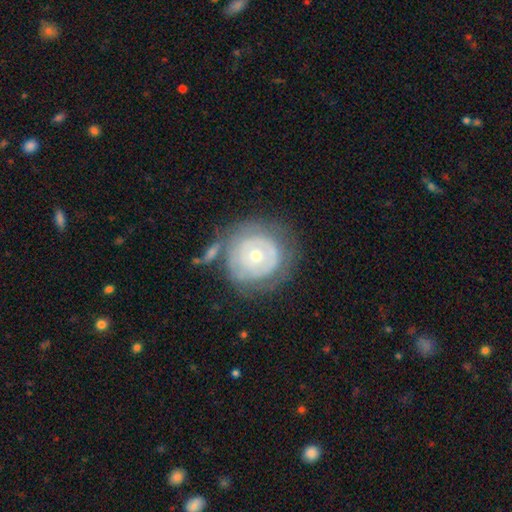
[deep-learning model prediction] Smooth or featured: featured or disk — 61% (smooth — 33%)
Edge-on disk: no — 96% (yes — 4%)
Bar: no — 88% (weak — 10%)
Spiral arms: no — 56% (yes — 44%)
Bulge size: moderate — 57% (small — 38%)
Merging: none — 60% (minor disturbance — 19%)